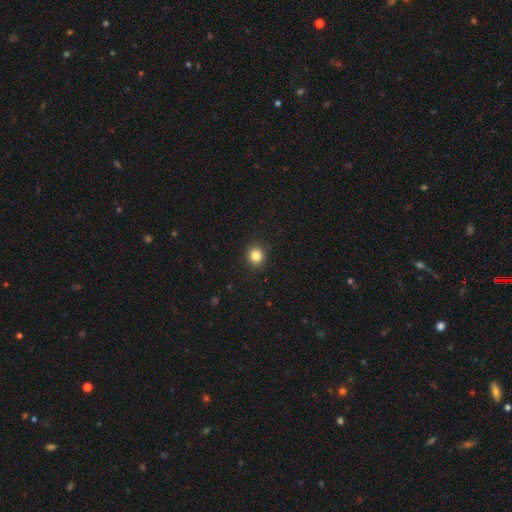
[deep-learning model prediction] Morphology: type=smooth (83%); roundness=round (89%); merging=none (92%).